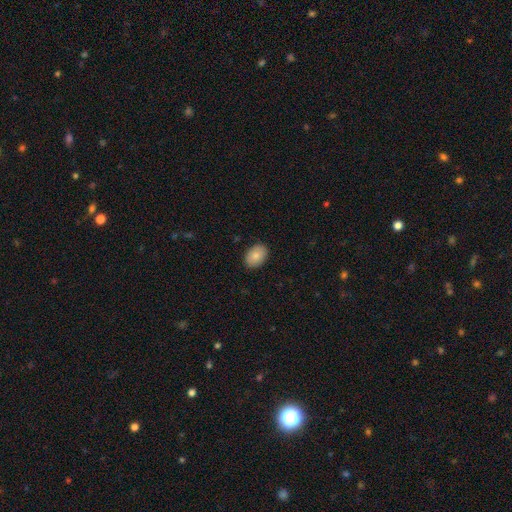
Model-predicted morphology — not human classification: smooth 85%, featured or disk 8%, star or artifact 7%. Down the decision tree: how rounded — in between (85%); merging — none (89%).